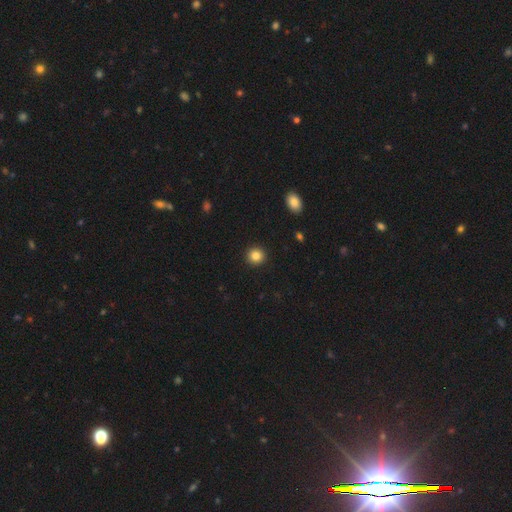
This appears to be a smooth galaxy with no disk features (85%) that is round (88%). Merging: none (89%).